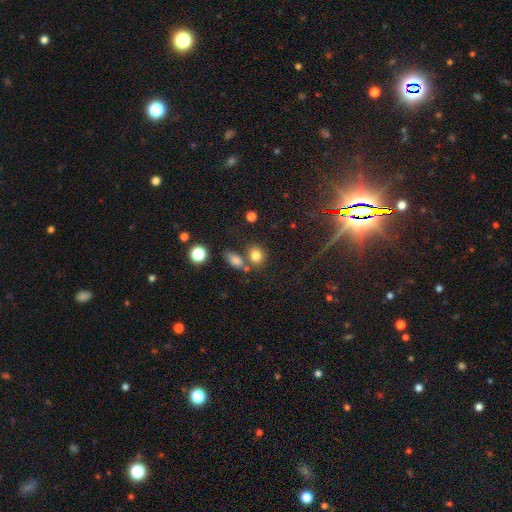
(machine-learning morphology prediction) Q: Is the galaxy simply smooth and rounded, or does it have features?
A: smooth — 80%.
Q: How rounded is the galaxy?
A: round — 63%.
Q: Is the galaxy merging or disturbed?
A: none — 62%.